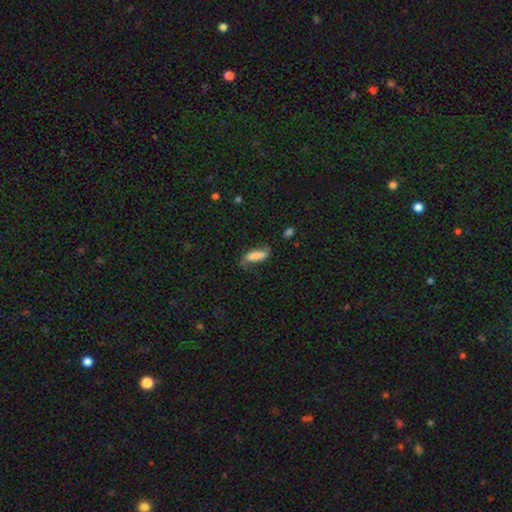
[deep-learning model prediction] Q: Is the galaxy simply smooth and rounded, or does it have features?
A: smooth — 60%.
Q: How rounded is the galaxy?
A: in between — 60%.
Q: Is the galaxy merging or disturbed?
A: none — 53%.